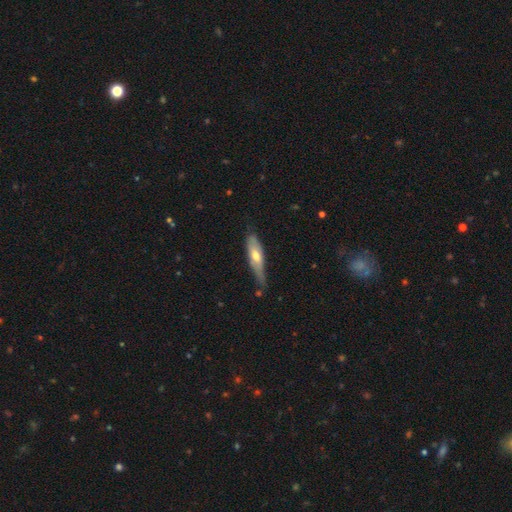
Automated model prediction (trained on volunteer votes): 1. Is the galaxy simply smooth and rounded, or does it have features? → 51% smooth, 43% featured or disk, 6% star or artifact.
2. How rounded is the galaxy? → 64% cigar-shaped, 34% in between, 2% round.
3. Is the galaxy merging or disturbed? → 49% none, 37% minor disturbance, 10% major disturbance, 4% merger.